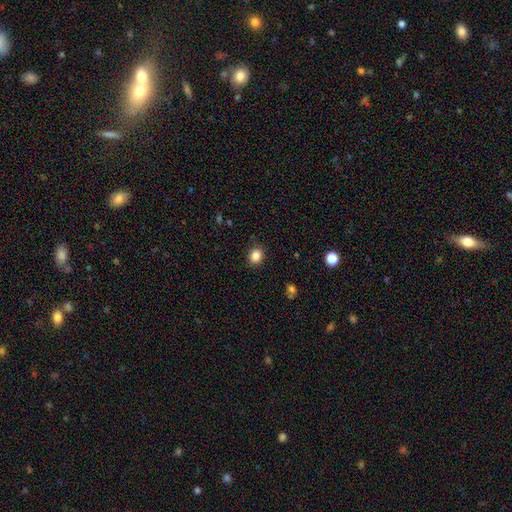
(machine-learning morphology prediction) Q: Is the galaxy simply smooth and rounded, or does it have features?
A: smooth — 85%.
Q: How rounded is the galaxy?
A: round — 61%.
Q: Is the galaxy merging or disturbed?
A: none — 88%.